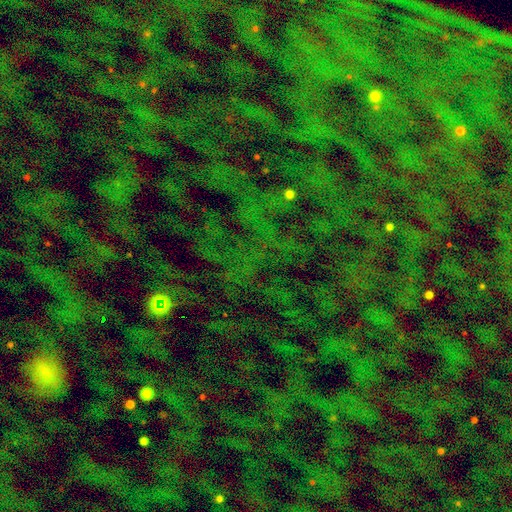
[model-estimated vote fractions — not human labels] This is likely a star or artifact rather than a galaxy (73%).